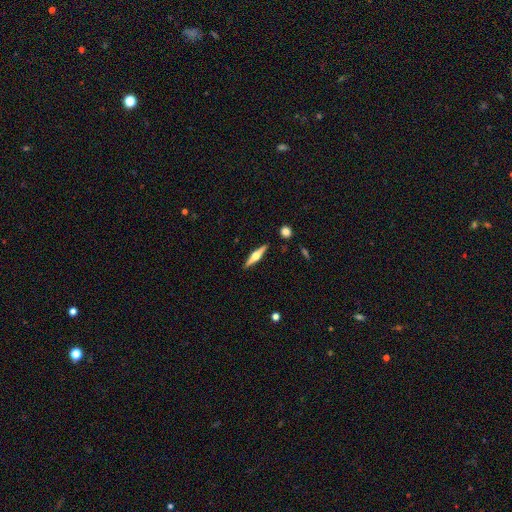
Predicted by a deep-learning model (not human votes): This is likely a featured or disk galaxy (69%). It is clearly viewed edge-on (98%). Edge-on bulge: clearly rounded (93%). Merging: clearly none (90%).